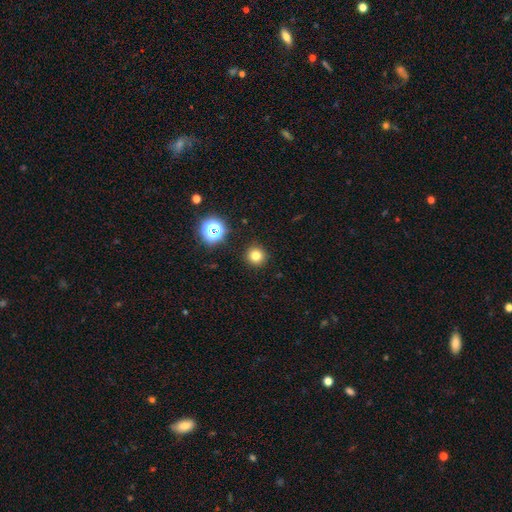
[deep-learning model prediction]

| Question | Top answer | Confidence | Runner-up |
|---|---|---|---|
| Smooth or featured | smooth | 77% | star or artifact (17%) |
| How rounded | round | 95% | in between (4%) |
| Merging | none | 92% | minor disturbance (5%) |